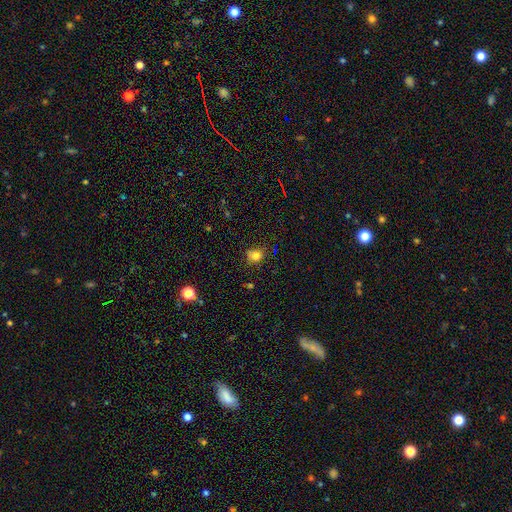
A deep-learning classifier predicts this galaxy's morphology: Smooth or featured? Predicted: smooth (p=0.77). How rounded? Predicted: round (p=0.76). Merging? Predicted: none (p=0.73).